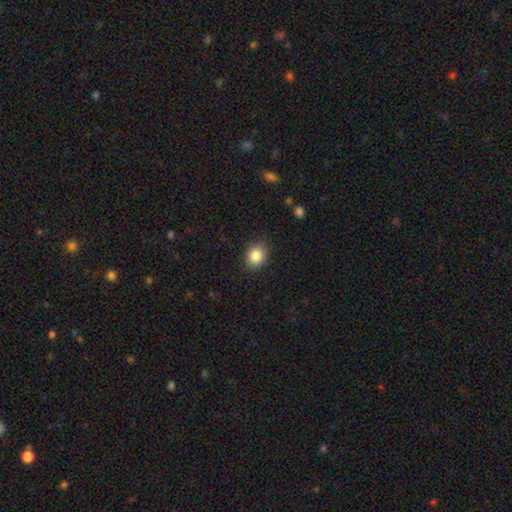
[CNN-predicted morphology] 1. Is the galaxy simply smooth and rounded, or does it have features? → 86% smooth, 9% star or artifact, 5% featured or disk.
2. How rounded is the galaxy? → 58% round, 41% in between, 1% cigar-shaped.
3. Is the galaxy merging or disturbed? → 86% none, 11% minor disturbance, 3% major disturbance, 1% merger.